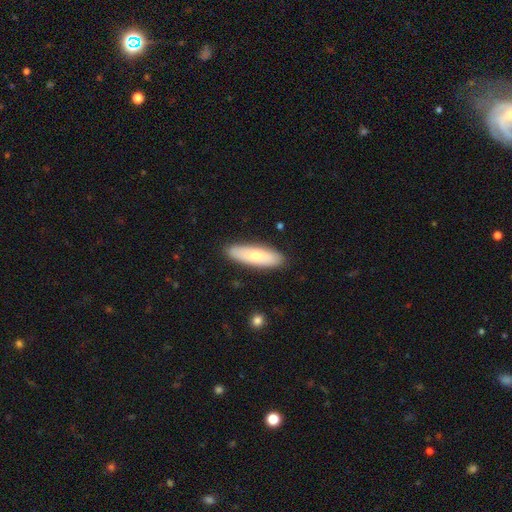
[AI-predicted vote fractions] smooth 67%, featured or disk 28%, star or artifact 5%. Down the decision tree: how rounded — cigar-shaped (51%); merging — none (88%).